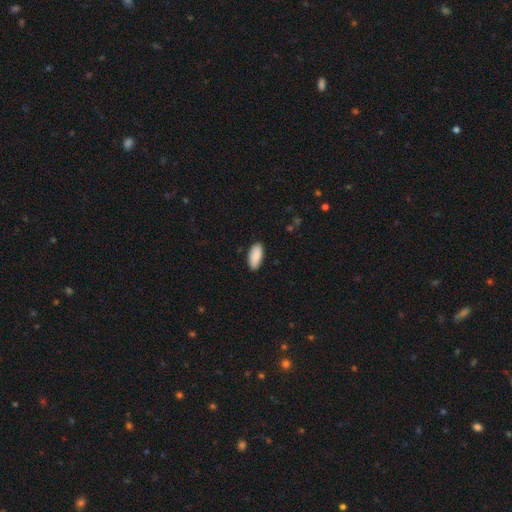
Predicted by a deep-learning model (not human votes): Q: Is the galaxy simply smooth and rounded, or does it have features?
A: smooth — 90%.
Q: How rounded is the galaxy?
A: in between — 90%.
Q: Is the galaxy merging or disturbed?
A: none — 87%.